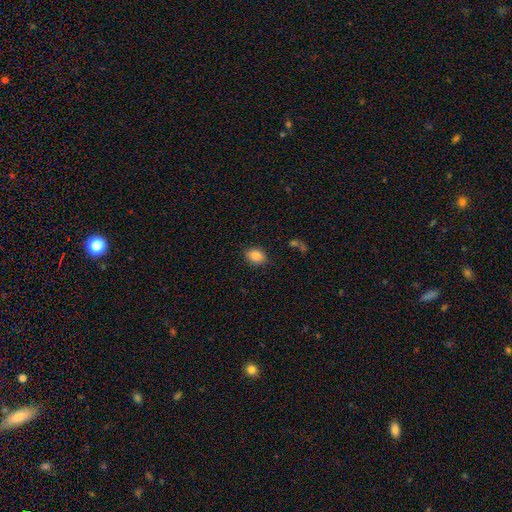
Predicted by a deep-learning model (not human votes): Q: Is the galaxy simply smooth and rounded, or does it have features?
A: smooth — 84%.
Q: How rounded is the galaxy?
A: in between — 67%.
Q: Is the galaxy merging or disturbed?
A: none — 86%.